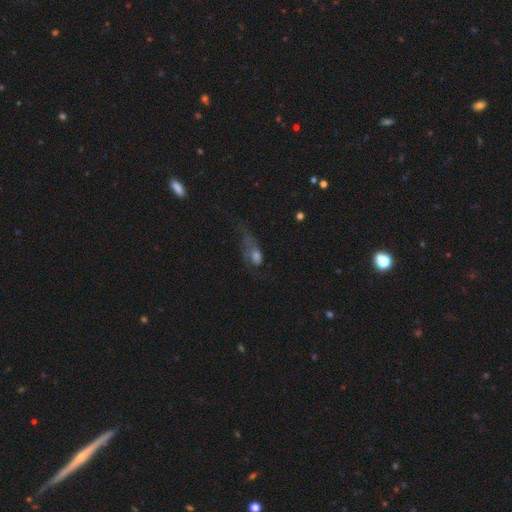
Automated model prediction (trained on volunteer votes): Smooth or featured: smooth — 46% (featured or disk — 35%)
Merging: major disturbance — 50% (none — 26%)